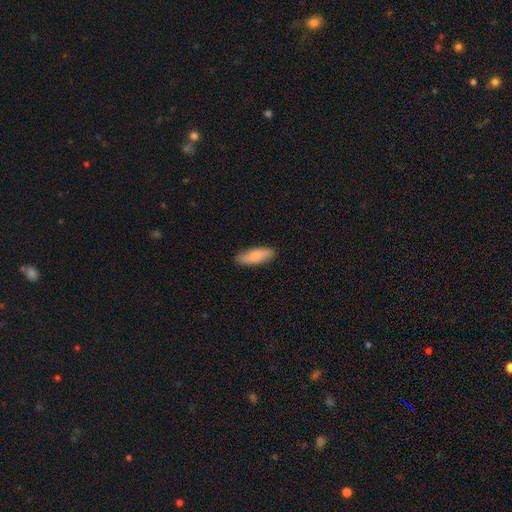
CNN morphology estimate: Overall: smooth (79%). How rounded: in between (63%; cigar-shaped 35%). Merging: none (85%).